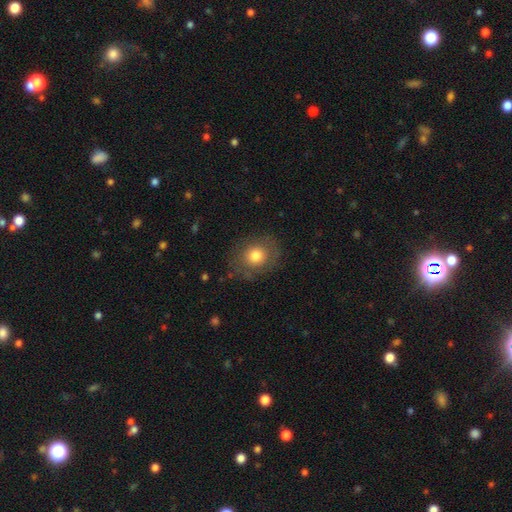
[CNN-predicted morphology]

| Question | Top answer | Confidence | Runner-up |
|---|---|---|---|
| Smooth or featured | smooth | 75% | featured or disk (16%) |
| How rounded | round | 68% | in between (31%) |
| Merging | none | 78% | minor disturbance (14%) |